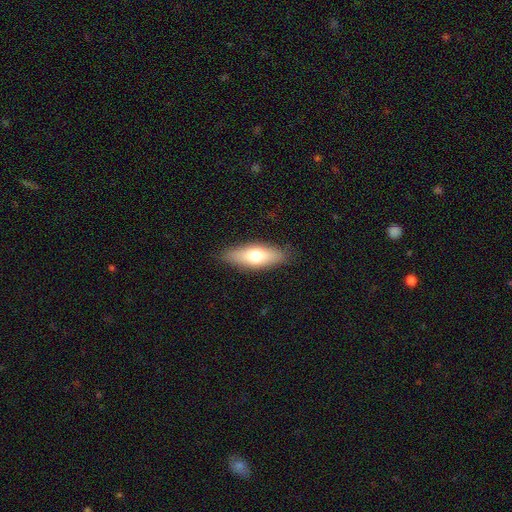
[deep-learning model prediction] Smooth or featured: smooth — 67% (featured or disk — 27%)
How rounded: in between — 66% (cigar-shaped — 31%)
Merging: none — 86% (minor disturbance — 11%)